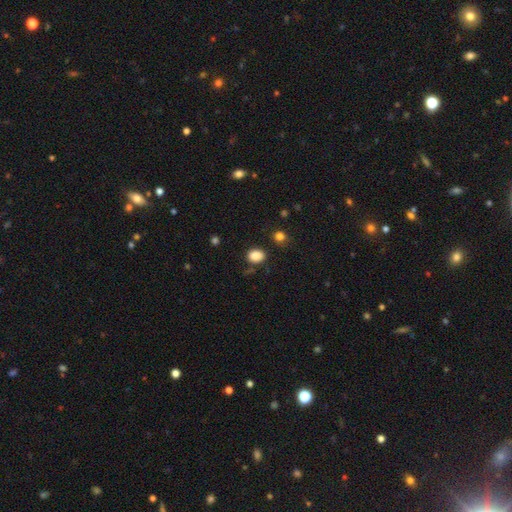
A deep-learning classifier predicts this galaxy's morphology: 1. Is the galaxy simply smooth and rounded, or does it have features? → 86% smooth, 10% star or artifact, 4% featured or disk.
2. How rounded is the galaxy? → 59% in between, 40% round, 1% cigar-shaped.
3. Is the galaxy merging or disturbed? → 82% none, 12% minor disturbance, 3% major disturbance, 3% merger.